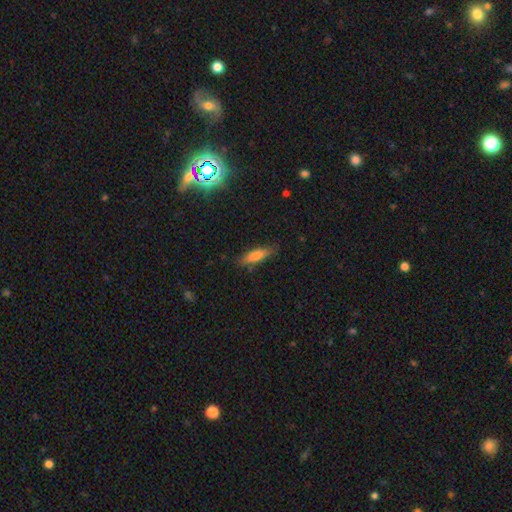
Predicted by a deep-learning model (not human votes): This appears to be a smooth galaxy with no disk features (74%) that is cigar-shaped (59%). Merging: none (80%).